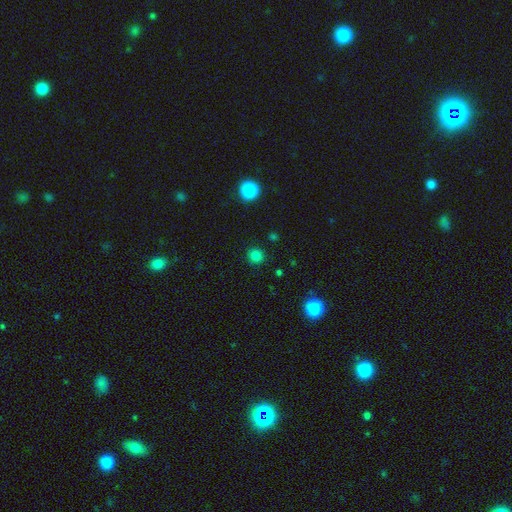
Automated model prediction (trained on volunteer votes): This is clearly a smooth galaxy (82%). How rounded: clearly round (92%). Merging: clearly none (90%).